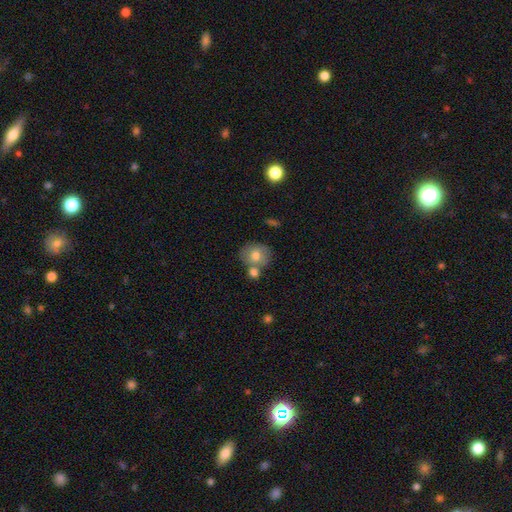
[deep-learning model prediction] This appears to be a smooth galaxy with no disk features (74%) that is round (72%). Merging: none (55%).